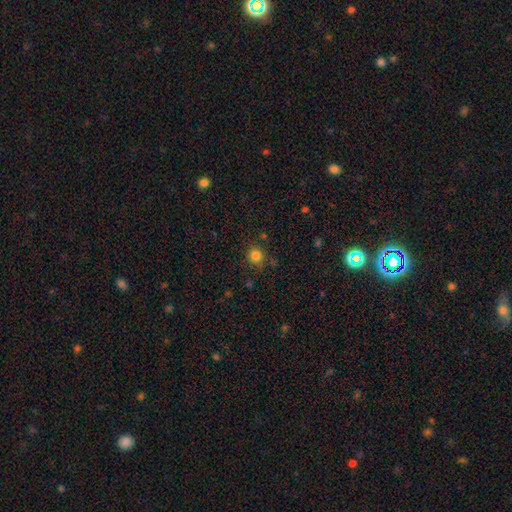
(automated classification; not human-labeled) smooth 82%, star or artifact 14%, featured or disk 5%. Down the decision tree: how rounded — round (91%); merging — none (82%).